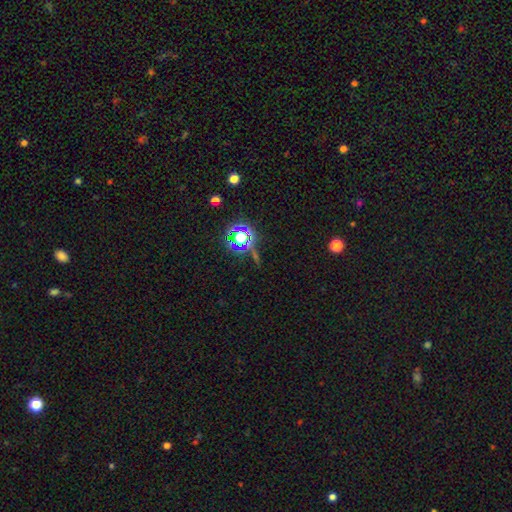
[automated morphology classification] A star or artifact, not a galaxy (76%).